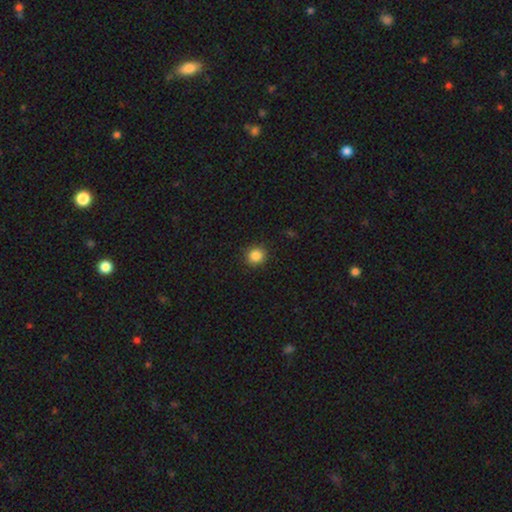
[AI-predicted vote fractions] smooth 86%, star or artifact 10%, featured or disk 4%. Down the decision tree: how rounded — round (90%); merging — none (90%).